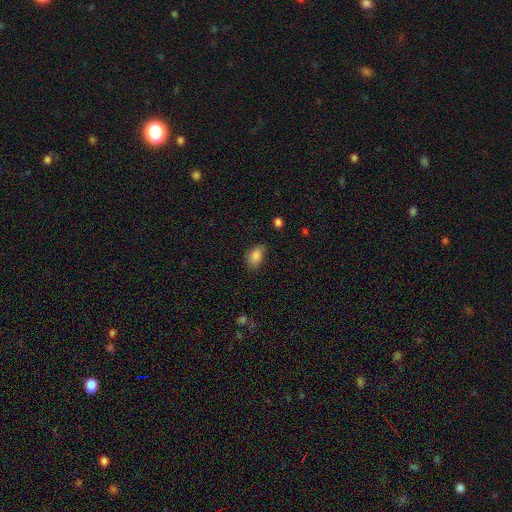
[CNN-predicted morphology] The model was most divided on "merging": none: 69%, minor disturbance: 25%, major disturbance: 5%, merger: 2%. More confident: smooth or featured — smooth (86%); how rounded — in between (84%).